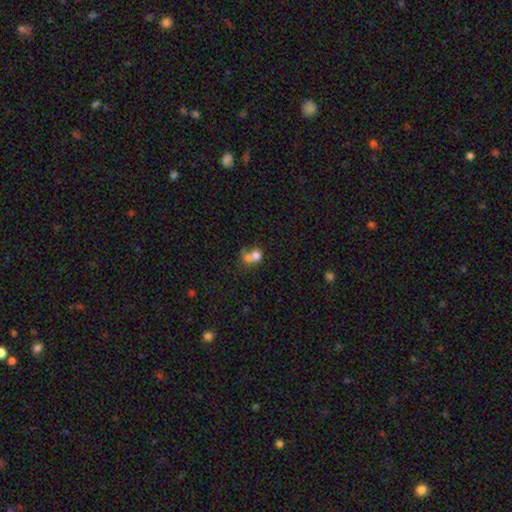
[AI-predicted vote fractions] Overall: smooth (69%). How rounded: round (64%; in between 35%). Merging: merger (63%; none 24%).